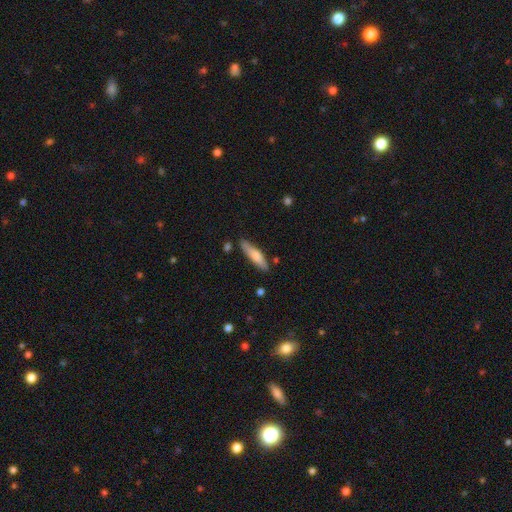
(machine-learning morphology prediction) smooth_or_featured: smooth (p=0.71) [alt: featured or disk p=0.23]
how_rounded: cigar-shaped (p=0.73) [alt: in between p=0.26]
merging: none (p=0.79) [alt: minor disturbance p=0.15]